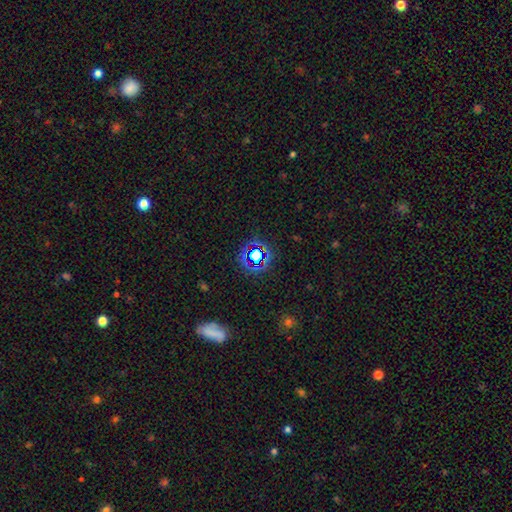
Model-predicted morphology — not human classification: Overall: star or artifact (67%).